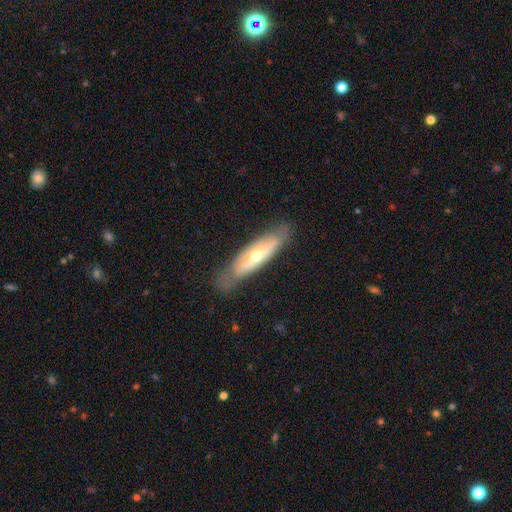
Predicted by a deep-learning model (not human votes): Q: Smooth or featured?
A: featured or disk (57%); runner-up: smooth (37%)
Q: Edge-on disk?
A: no (50%); tied with: yes (50%)
Q: Merging?
A: none (73%); runner-up: minor disturbance (20%)